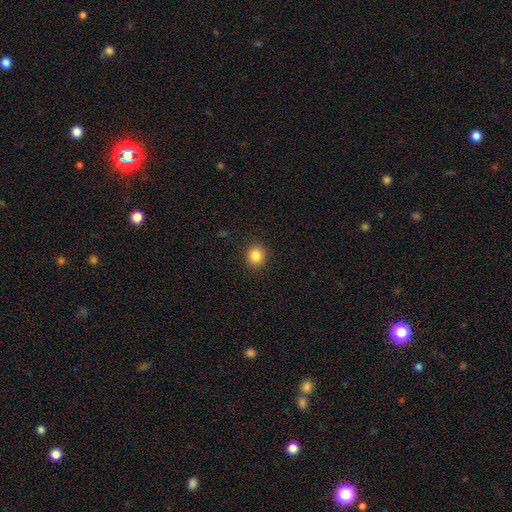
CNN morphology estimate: Smooth or featured? smooth (85%)
How rounded? round (86%)
Merging? none (91%)